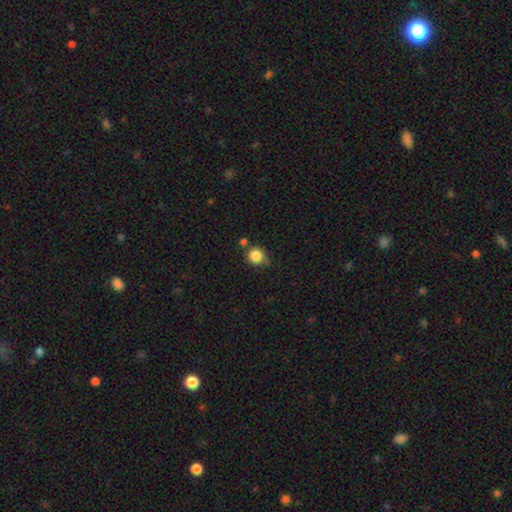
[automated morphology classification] This is clearly a smooth galaxy (85%). How rounded: clearly round (91%). Merging: likely none (69%).